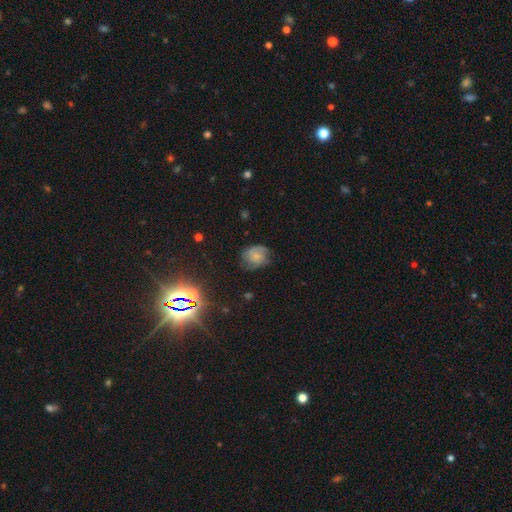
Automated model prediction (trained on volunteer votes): Smooth or featured? featured or disk (49%)
Merging? none (61%)